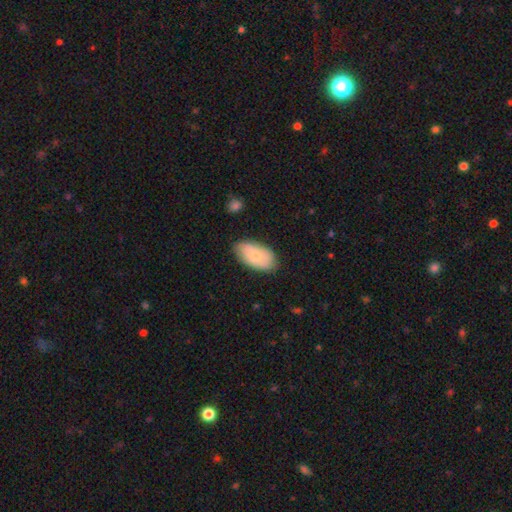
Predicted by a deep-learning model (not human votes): Smooth or featured? smooth (69%)
How rounded? in between (94%)
Merging? none (77%)